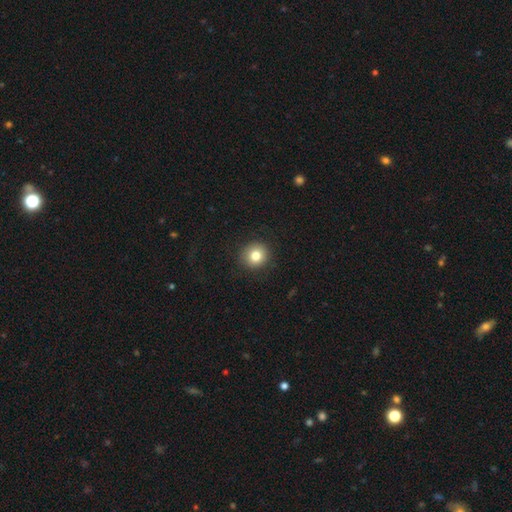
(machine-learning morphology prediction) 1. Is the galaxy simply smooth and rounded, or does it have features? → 80% smooth, 11% star or artifact, 9% featured or disk.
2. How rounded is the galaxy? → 90% round, 9% in between, 1% cigar-shaped.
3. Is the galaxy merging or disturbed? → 91% none, 6% minor disturbance, 2% major disturbance, 1% merger.